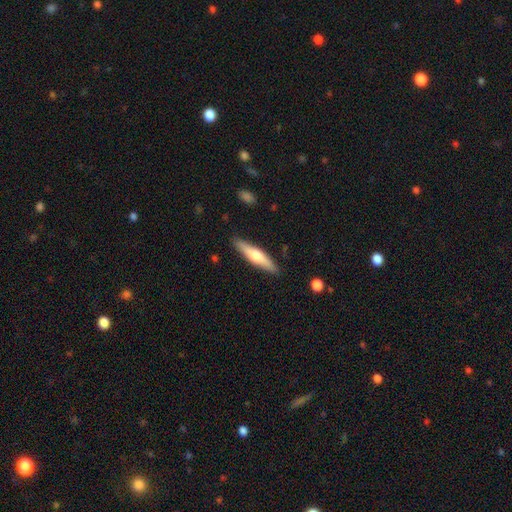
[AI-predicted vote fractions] This appears to be a smooth galaxy with no disk features (51%) that is cigar-shaped (82%). Merging: none (88%).